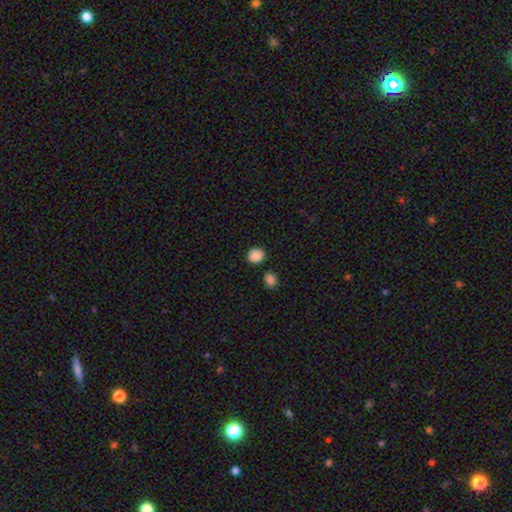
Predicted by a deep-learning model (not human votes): Smooth or featured?
  - smooth: 88% *
  - star or artifact: 10%
  - featured or disk: 3%
How rounded?
  - round: 79% *
  - in between: 20%
  - cigar-shaped: 1%
Merging?
  - none: 85% *
  - minor disturbance: 8%
  - merger: 5%
  - major disturbance: 2%